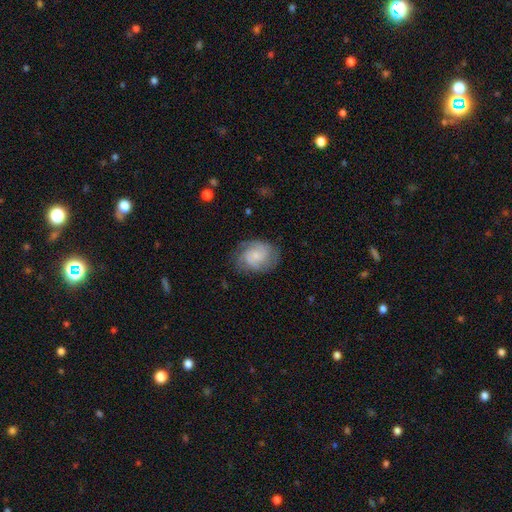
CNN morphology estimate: featured or disk 60%, smooth 33%, star or artifact 7%. Down the decision tree: edge-on disk — no (98%); bar — no (73%); spiral arms — yes (89%); spiral arm count — 2 (37%); spiral winding — tight (48%); bulge size — small (61%); merging — none (67%).